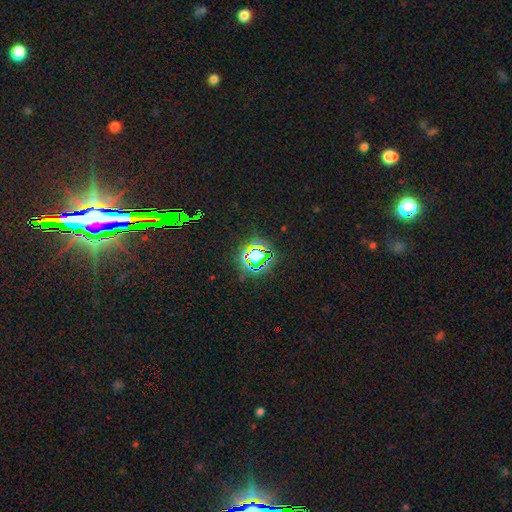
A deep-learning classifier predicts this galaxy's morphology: smooth_or_featured: star or artifact (p=0.71) [alt: smooth p=0.19]